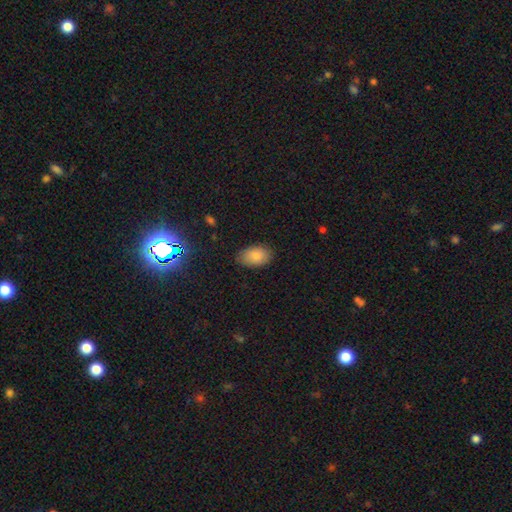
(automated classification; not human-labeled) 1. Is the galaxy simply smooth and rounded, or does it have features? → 84% smooth, 8% star or artifact, 8% featured or disk.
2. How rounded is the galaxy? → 91% in between, 8% round, 1% cigar-shaped.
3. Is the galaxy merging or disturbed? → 82% none, 15% minor disturbance, 3% major disturbance, 1% merger.